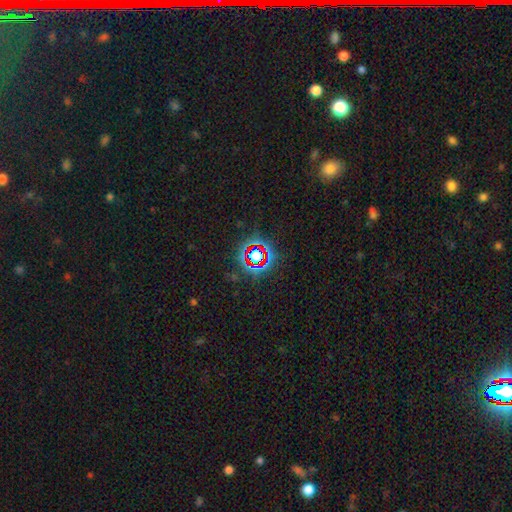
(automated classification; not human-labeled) This appears to be a star or artifact, not a galaxy (75%).